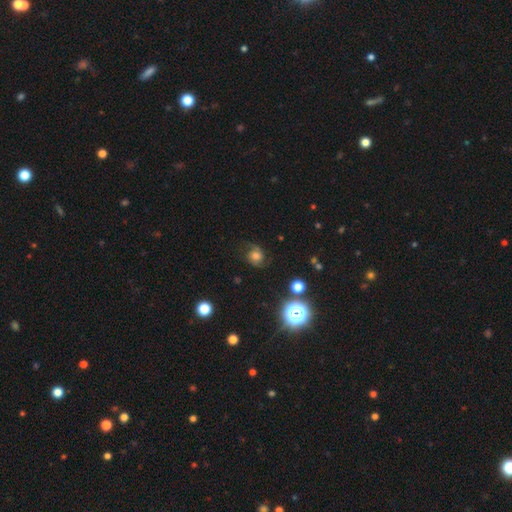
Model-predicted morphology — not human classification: type=smooth (43%); merging=none (64%).